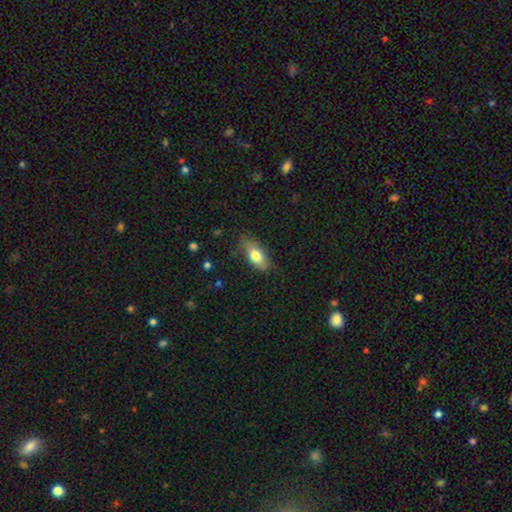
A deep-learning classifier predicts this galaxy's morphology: Overall: smooth (75%). How rounded: in between (84%). Merging: none (78%).